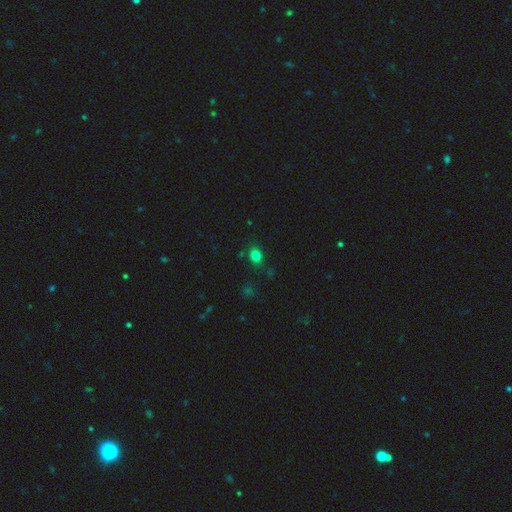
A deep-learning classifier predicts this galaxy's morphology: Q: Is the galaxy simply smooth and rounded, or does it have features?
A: smooth — 79%.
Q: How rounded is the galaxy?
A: round — 53%.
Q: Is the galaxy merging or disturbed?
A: none — 81%.